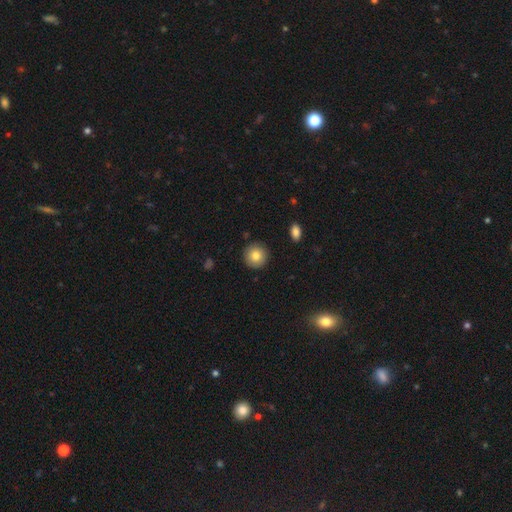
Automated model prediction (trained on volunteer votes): The model was most divided on "smooth or featured": smooth: 82%, featured or disk: 10%, star or artifact: 8%. More confident: how rounded — round (94%); merging — none (91%).